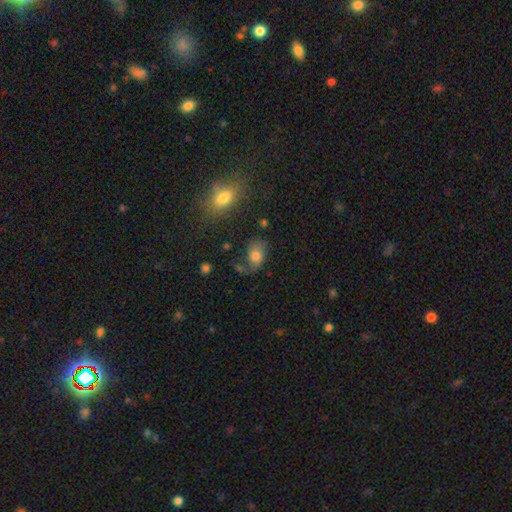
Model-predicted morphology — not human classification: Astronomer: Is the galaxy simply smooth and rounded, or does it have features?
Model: smooth — 57%.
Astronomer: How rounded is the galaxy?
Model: in between — 72%.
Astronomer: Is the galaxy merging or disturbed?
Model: none — 45% (runner-up: minor disturbance, 24%).